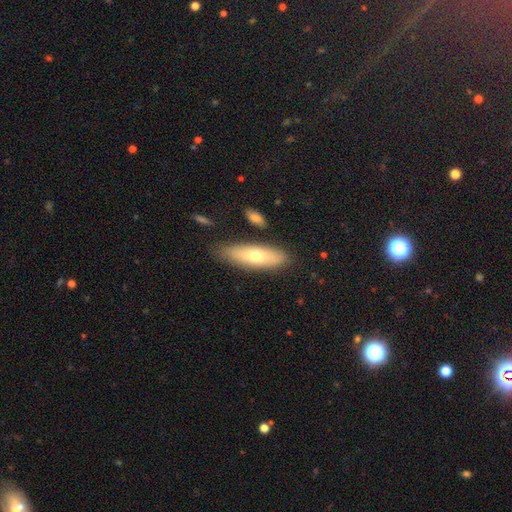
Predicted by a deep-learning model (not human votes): Overall: smooth (63%; featured or disk 30%). How rounded: in between (53%; cigar-shaped 44%). Merging: none (80%).